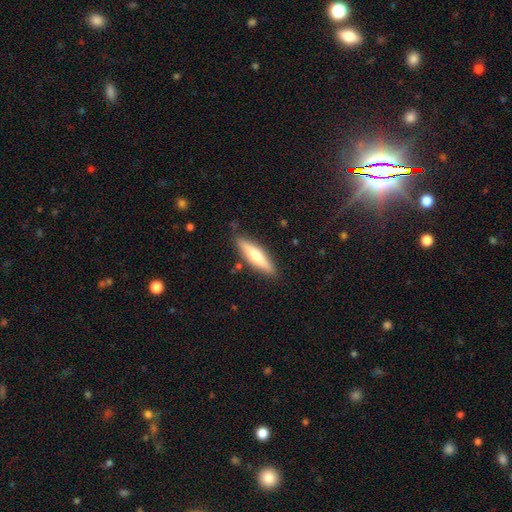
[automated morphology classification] Overall: smooth (51%; featured or disk 43%). How rounded: cigar-shaped (78%). Merging: none (85%).